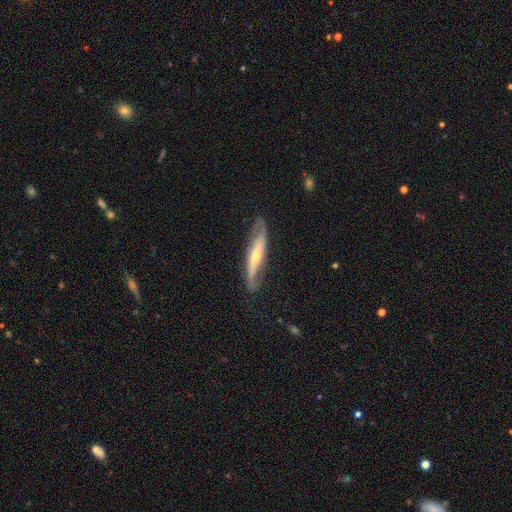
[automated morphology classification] Smooth or featured? Predicted: featured or disk (p=0.69). Edge-on disk? Predicted: yes (p=0.51). Merging? Predicted: none (p=0.71).